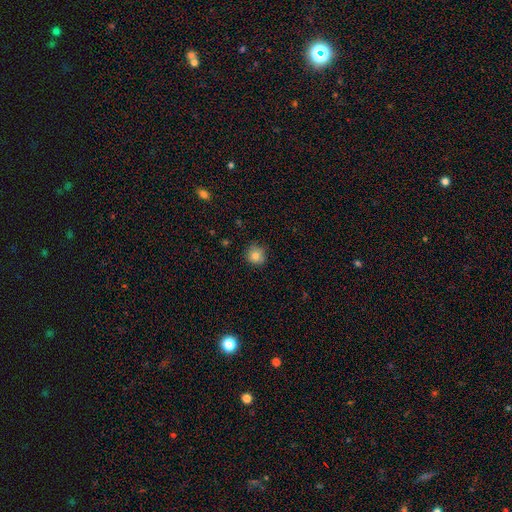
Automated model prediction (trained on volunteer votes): smooth_or_featured: smooth (p=0.83) [alt: star or artifact p=0.11]
how_rounded: round (p=0.88) [alt: in between p=0.11]
merging: none (p=0.81) [alt: minor disturbance p=0.15]